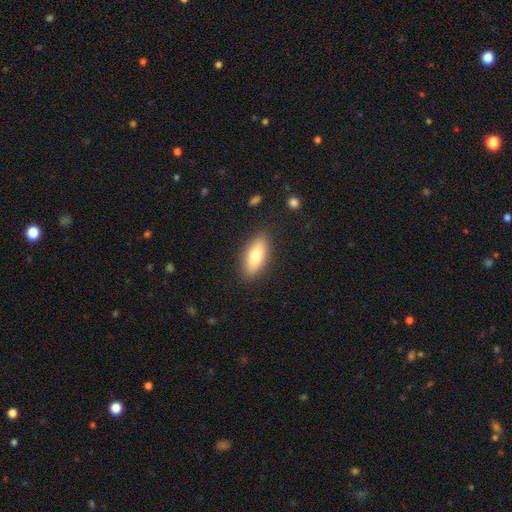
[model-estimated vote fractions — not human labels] This appears to be a smooth galaxy with no disk features (73%) that is in between round and cigar-shaped (78%). Merging: none (87%).